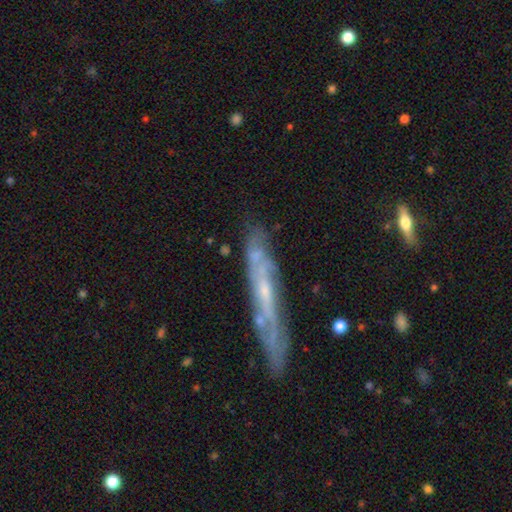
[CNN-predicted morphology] Smooth or featured? Predicted: featured or disk (p=0.69). Edge-on disk? Predicted: yes (p=0.51). Merging? Predicted: none (p=0.61).